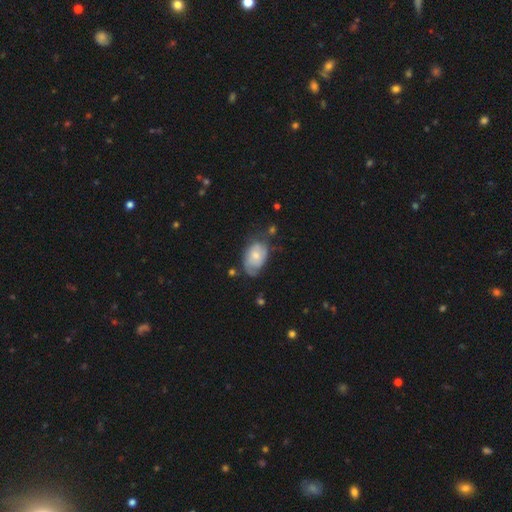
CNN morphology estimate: Q: Smooth or featured?
A: featured or disk (48%); runner-up: smooth (46%)
Q: Merging?
A: none (46%); runner-up: minor disturbance (34%)